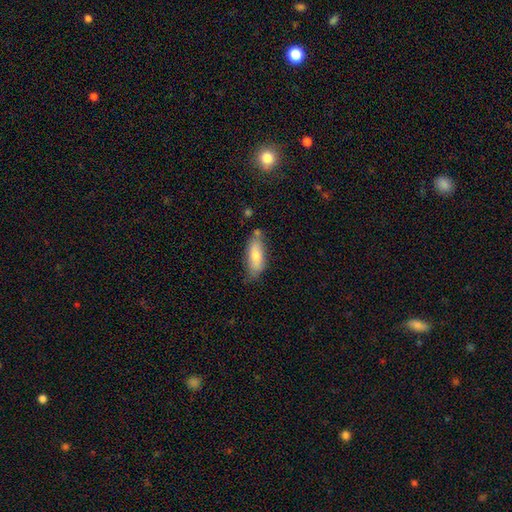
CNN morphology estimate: A smooth galaxy with no disk features (74%) that is in between round and cigar-shaped (68%). Merging: none (62%).